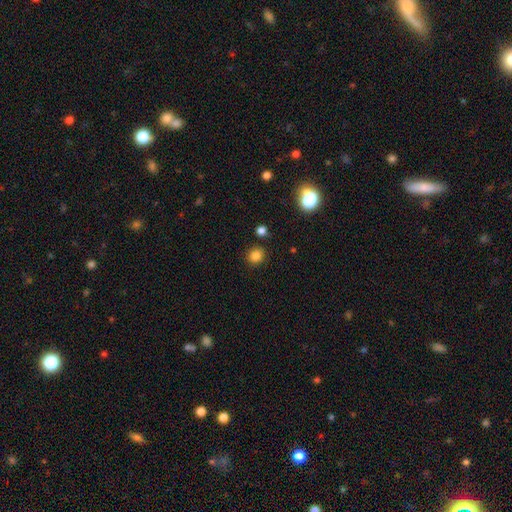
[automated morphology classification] Smooth or featured: smooth — 83% (star or artifact — 13%)
How rounded: round — 85% (in between — 14%)
Merging: none — 85% (minor disturbance — 8%)